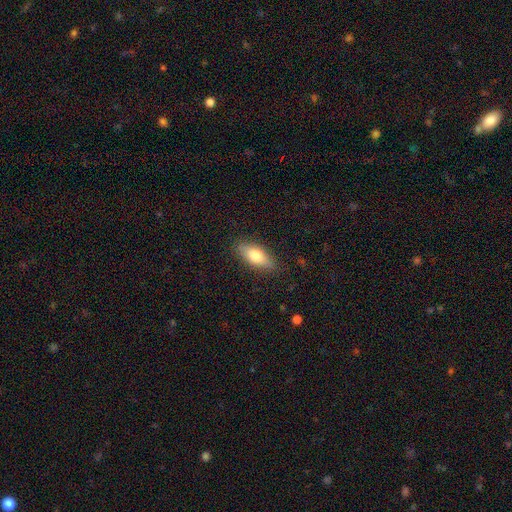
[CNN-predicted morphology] Smooth or featured: smooth — 71% (featured or disk — 22%)
How rounded: in between — 78% (cigar-shaped — 18%)
Merging: none — 85% (minor disturbance — 11%)